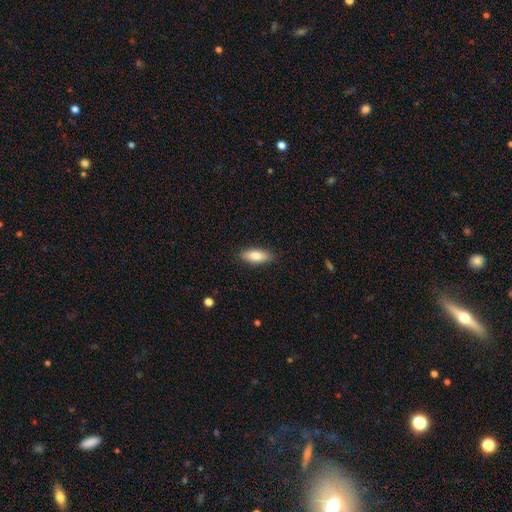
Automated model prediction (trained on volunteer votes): This appears to be a smooth galaxy with no disk features (82%) that is in between round and cigar-shaped (74%). Merging: none (88%).